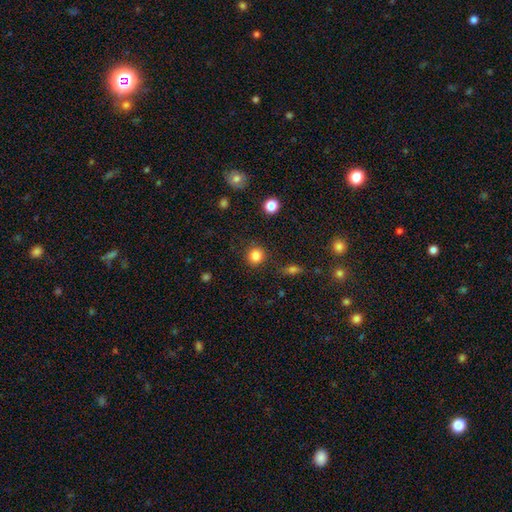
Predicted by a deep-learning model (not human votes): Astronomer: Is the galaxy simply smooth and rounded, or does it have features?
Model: smooth — 83%.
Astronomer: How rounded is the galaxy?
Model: round — 91%.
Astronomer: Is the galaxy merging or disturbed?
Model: none — 89%.